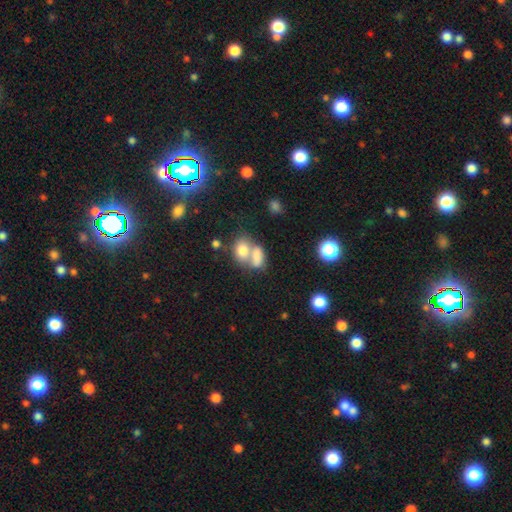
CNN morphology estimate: type=smooth (74%); roundness=in between (78%); merging=merger (60%).